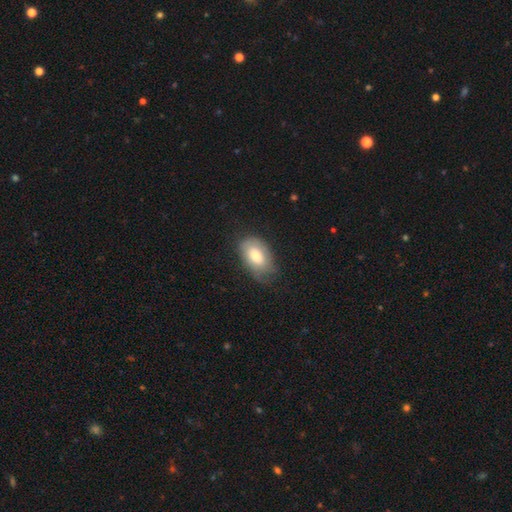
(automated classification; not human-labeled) This appears to be a smooth galaxy with no disk features (65%) that is in between round and cigar-shaped (92%). Merging: none (59%).